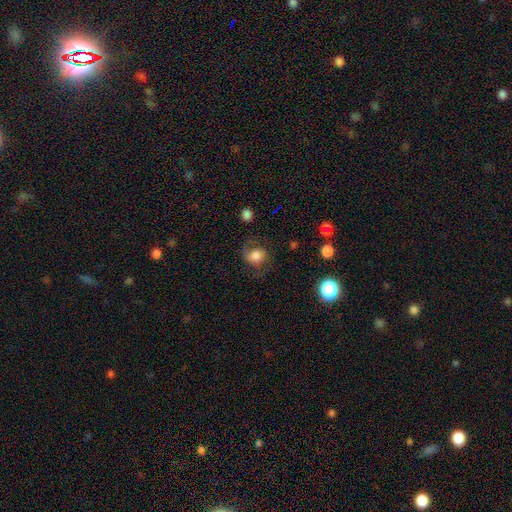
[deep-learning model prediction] smooth_or_featured: smooth (p=0.51) [alt: featured or disk p=0.39]
how_rounded: round (p=0.70) [alt: in between p=0.29]
merging: none (p=0.59) [alt: minor disturbance p=0.21]